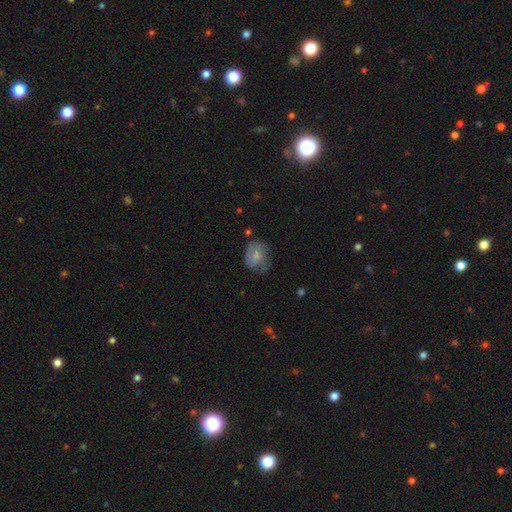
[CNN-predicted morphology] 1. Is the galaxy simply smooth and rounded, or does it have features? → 65% smooth, 26% featured or disk, 8% star or artifact.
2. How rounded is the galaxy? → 54% in between, 45% round, 1% cigar-shaped.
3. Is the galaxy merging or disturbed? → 48% none, 33% minor disturbance, 17% major disturbance, 3% merger.